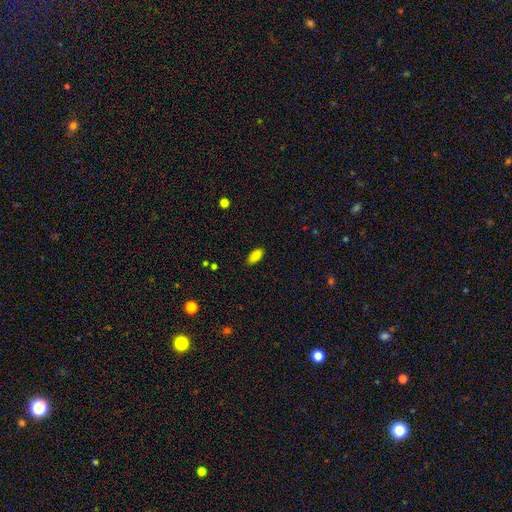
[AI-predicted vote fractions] The model was most divided on "smooth or featured": smooth: 85%, star or artifact: 8%, featured or disk: 6%. More confident: how rounded — in between (90%); merging — none (87%).